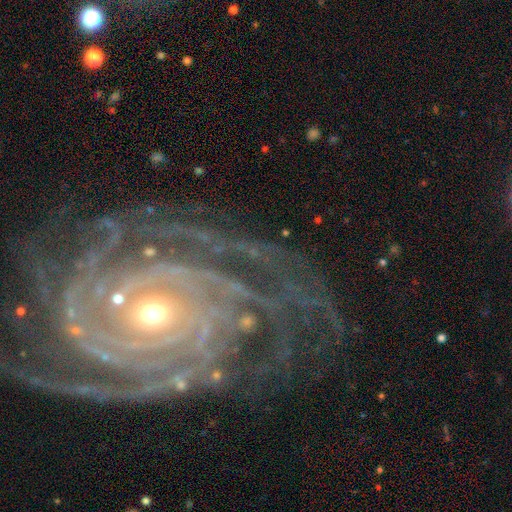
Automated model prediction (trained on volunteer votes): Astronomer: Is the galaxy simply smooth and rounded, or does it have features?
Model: featured or disk — 90%.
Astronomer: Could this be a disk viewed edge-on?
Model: no — 97%.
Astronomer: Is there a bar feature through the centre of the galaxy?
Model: no — 69%.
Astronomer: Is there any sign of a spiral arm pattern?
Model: yes — 98%.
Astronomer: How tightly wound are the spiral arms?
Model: tight — 82%.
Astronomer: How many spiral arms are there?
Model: more than 4 — 27% (runner-up: can't tell, 19%).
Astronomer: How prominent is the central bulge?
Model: small — 50% (runner-up: moderate, 46%).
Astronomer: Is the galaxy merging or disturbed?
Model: none — 71%.